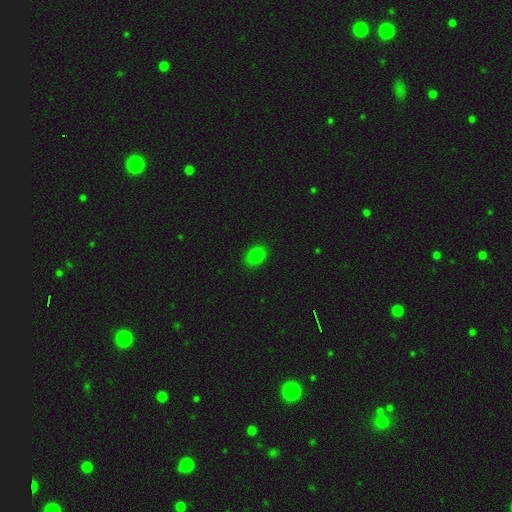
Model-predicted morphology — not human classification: Smooth or featured? smooth (82%)
How rounded? in between (63%)
Merging? none (87%)